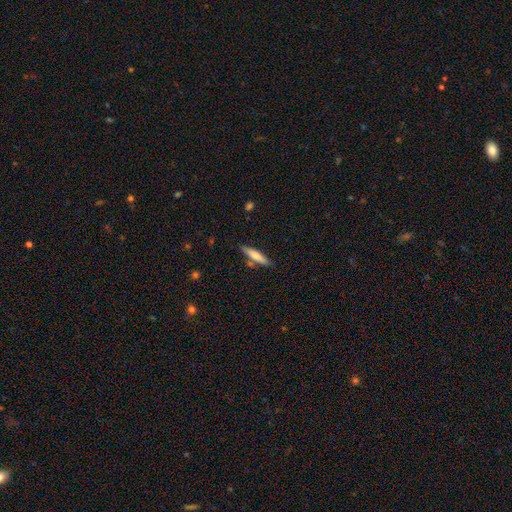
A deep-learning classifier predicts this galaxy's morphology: A smooth galaxy with no disk features (63%) that is cigar-shaped (85%). Merging: none (81%).